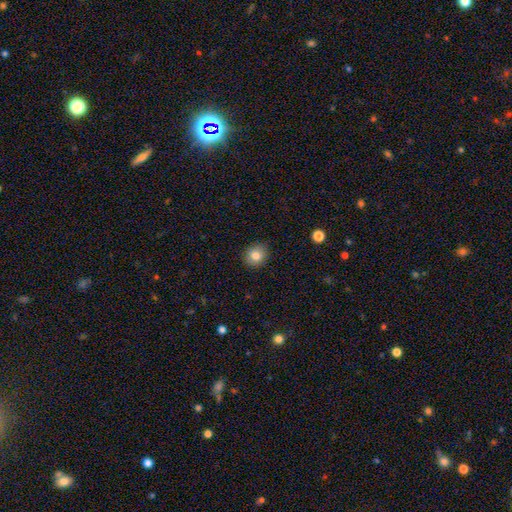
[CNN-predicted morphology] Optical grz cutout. It shows a smooth galaxy with no disk features (82%) that is round (78%). Merging: none (89%).